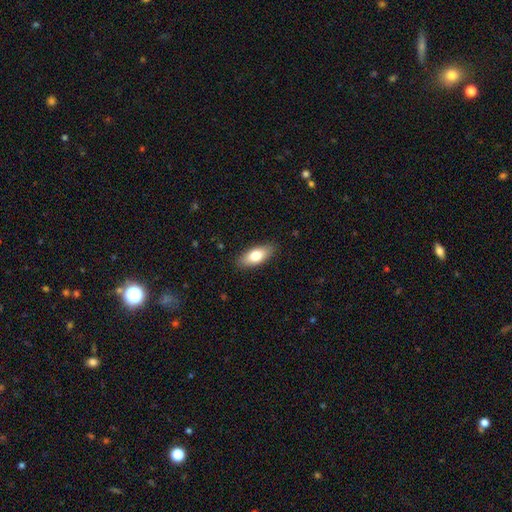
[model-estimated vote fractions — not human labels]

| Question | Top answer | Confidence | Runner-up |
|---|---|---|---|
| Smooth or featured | smooth | 75% | featured or disk (18%) |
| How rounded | in between | 81% | cigar-shaped (16%) |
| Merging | none | 87% | minor disturbance (10%) |